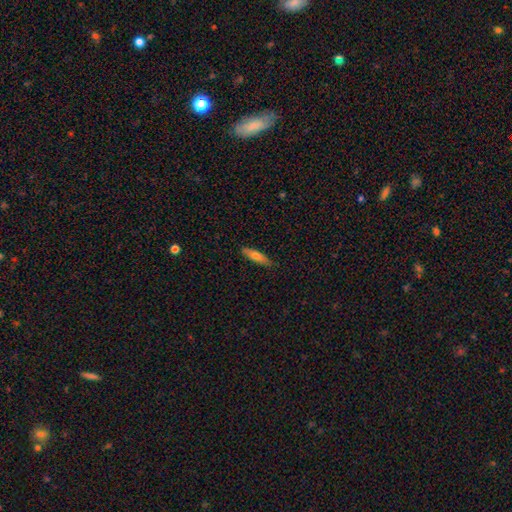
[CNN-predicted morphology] A smooth galaxy with no disk features (66%) that is cigar-shaped (67%). Merging: none (88%).